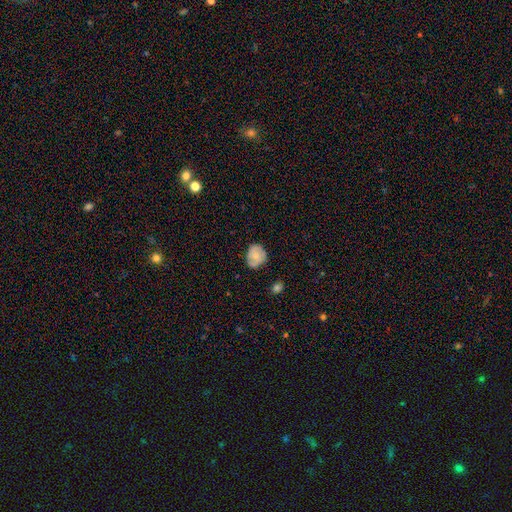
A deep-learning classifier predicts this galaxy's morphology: A smooth galaxy with no disk features (67%) that is round (59%). Merging: none (64%).